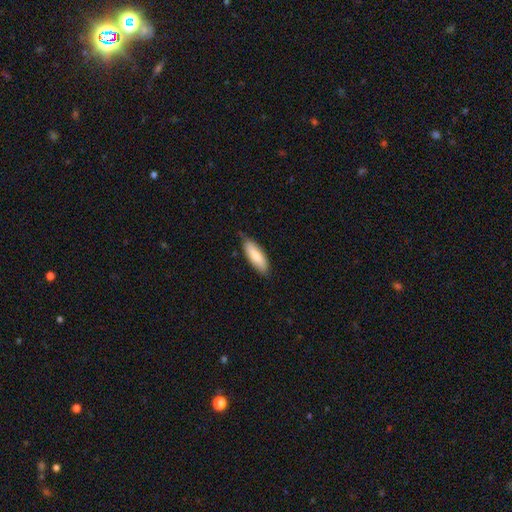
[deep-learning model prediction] smooth_or_featured: smooth (p=0.81) [alt: featured or disk p=0.13]
how_rounded: in between (p=0.59) [alt: cigar-shaped p=0.39]
merging: none (p=0.76) [alt: minor disturbance p=0.20]